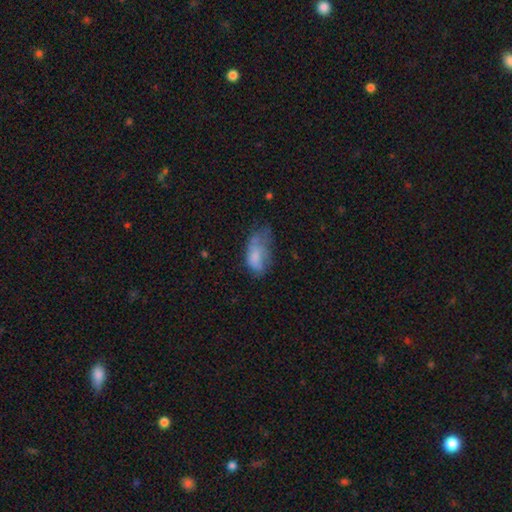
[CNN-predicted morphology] Overall: smooth (67%). How rounded: in between (91%). Merging: major disturbance (35%; minor disturbance 33%).